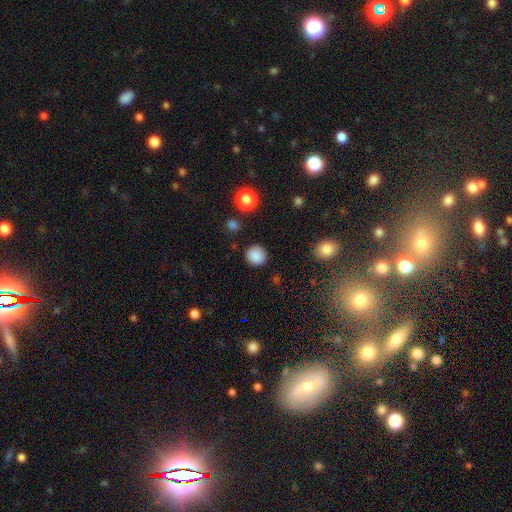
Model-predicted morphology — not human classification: Smooth or featured?
  - smooth: 86% *
  - star or artifact: 10%
  - featured or disk: 4%
How rounded?
  - round: 91% *
  - in between: 8%
  - cigar-shaped: 1%
Merging?
  - none: 89% *
  - minor disturbance: 7%
  - major disturbance: 2%
  - merger: 2%